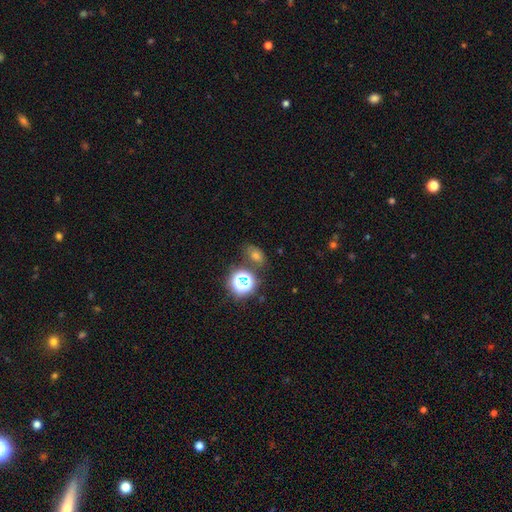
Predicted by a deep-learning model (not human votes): Smooth or featured?
  - smooth: 48% *
  - star or artifact: 40%
  - featured or disk: 12%
Merging?
  - none: 73% *
  - minor disturbance: 13%
  - merger: 10%
  - major disturbance: 5%